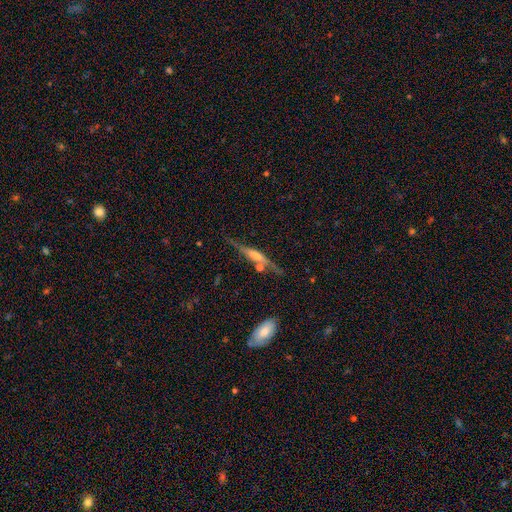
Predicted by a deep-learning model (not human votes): Smooth or featured? featured or disk (72%)
Edge-on disk? yes (93%)
Edge-on bulge? rounded (52%)
Merging? none (72%)